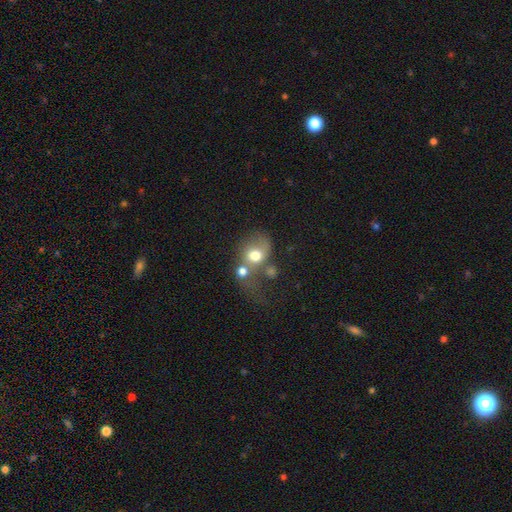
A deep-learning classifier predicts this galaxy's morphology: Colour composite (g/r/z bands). It shows a smooth galaxy with no disk features (66%) that is round (55%). Merging: merger (46%).